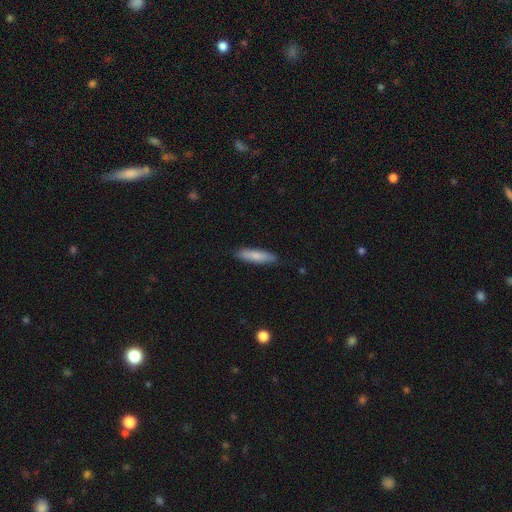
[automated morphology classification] The model was most divided on "how rounded": cigar-shaped: 71%, in between: 27%, round: 2%. More confident: merging — none (85%); smooth or featured — smooth (78%).